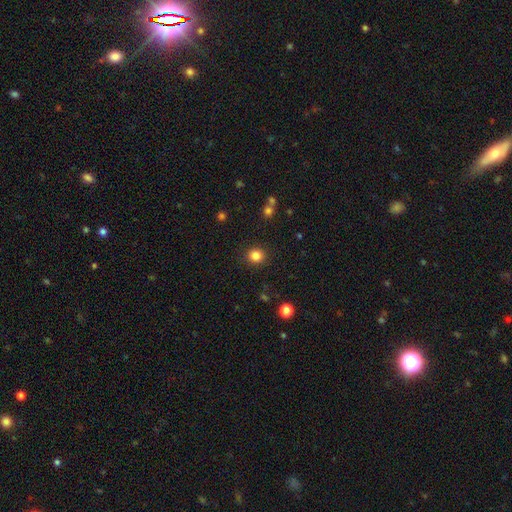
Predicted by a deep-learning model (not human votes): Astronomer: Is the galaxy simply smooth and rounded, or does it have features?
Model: smooth — 84%.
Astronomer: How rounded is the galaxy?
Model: round — 88%.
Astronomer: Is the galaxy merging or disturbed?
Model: none — 90%.